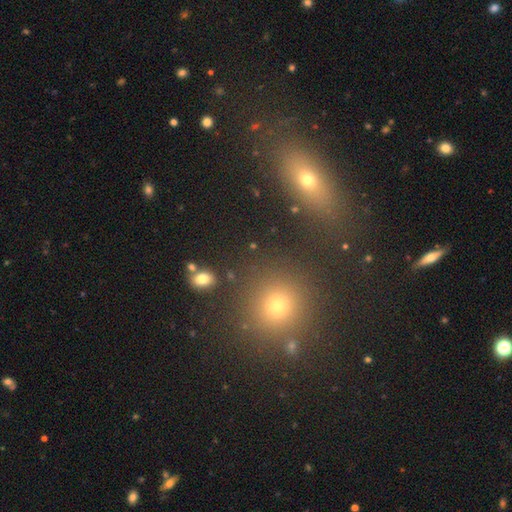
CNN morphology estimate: type=smooth (59%); roundness=round (79%); merging=none (80%).